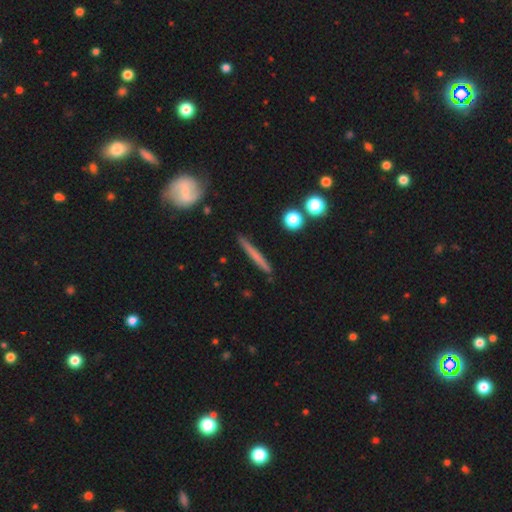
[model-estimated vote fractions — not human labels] The model was most divided on "smooth or featured": smooth: 56%, featured or disk: 38%, star or artifact: 7%. More confident: how rounded — cigar-shaped (94%); merging — none (90%).